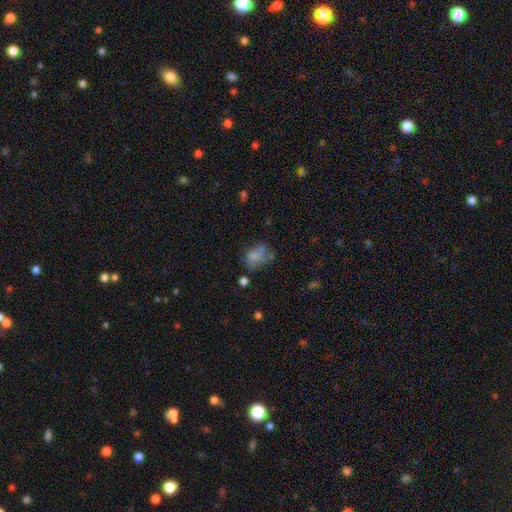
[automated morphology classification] A smooth galaxy with no disk features (65%) that is in between round and cigar-shaped (63%). Merging: none (40%).